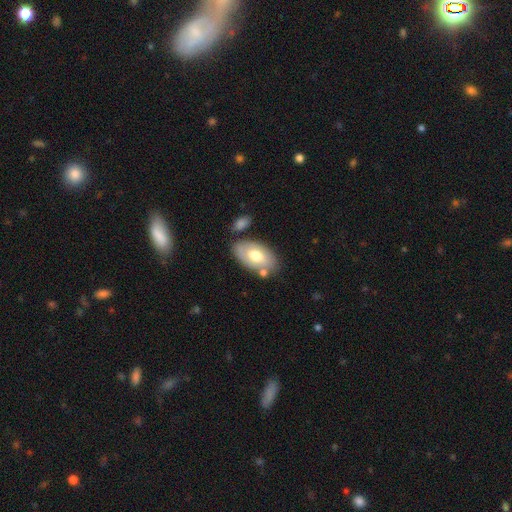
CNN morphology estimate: type=smooth (60%); roundness=in between (94%); merging=none (67%).